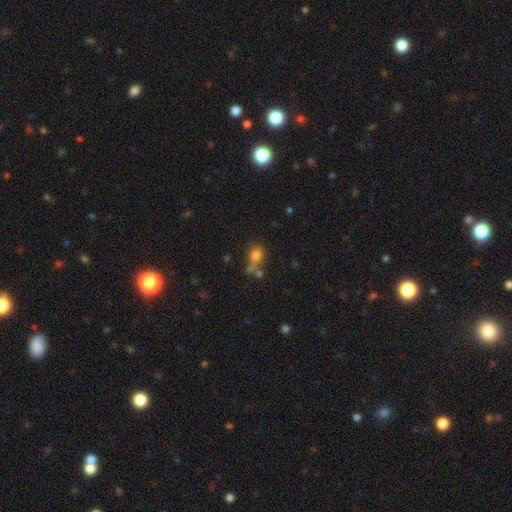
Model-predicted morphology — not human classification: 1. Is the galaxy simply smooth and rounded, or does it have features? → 78% smooth, 13% star or artifact, 9% featured or disk.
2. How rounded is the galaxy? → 58% round, 40% in between, 2% cigar-shaped.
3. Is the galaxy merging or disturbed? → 43% none, 31% merger, 16% minor disturbance, 10% major disturbance.